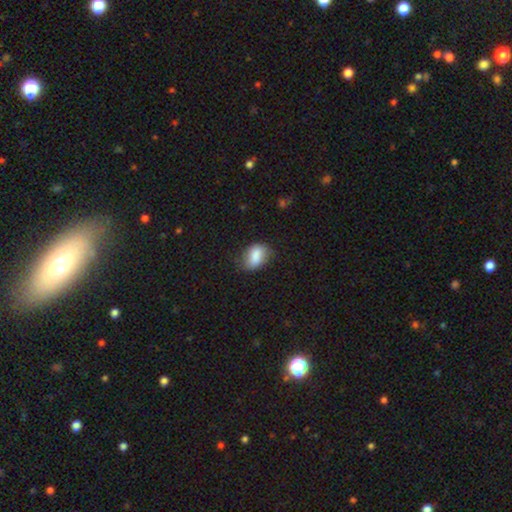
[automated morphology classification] This appears to be a smooth galaxy with no disk features (84%) that is in between round and cigar-shaped (82%). Merging: none (65%).